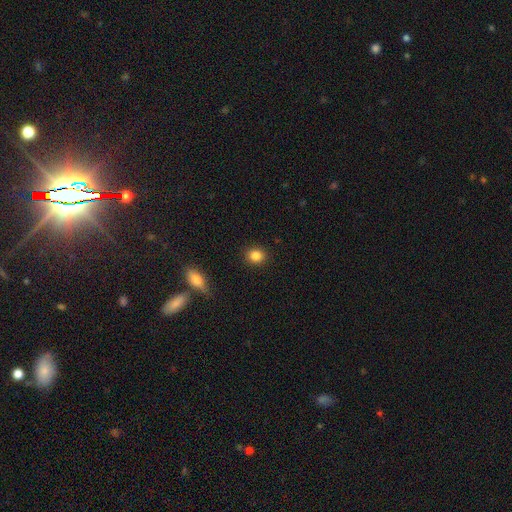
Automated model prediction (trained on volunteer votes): Q: Smooth or featured?
A: smooth (85%); runner-up: star or artifact (10%)
Q: How rounded?
A: round (72%); runner-up: in between (27%)
Q: Merging?
A: none (90%); runner-up: minor disturbance (6%)